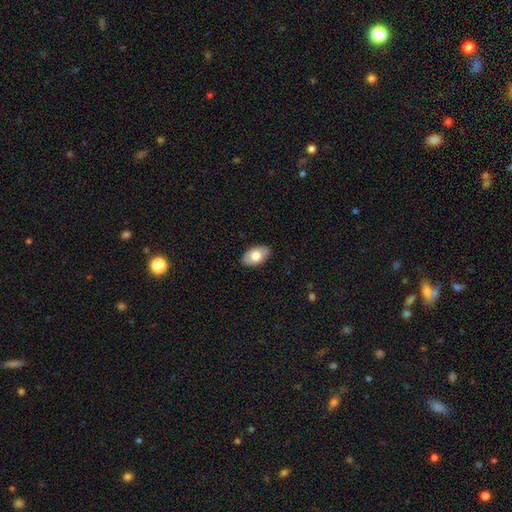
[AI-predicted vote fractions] Q: Smooth or featured?
A: smooth (70%); runner-up: featured or disk (24%)
Q: How rounded?
A: in between (93%); runner-up: round (6%)
Q: Merging?
A: none (86%); runner-up: minor disturbance (11%)